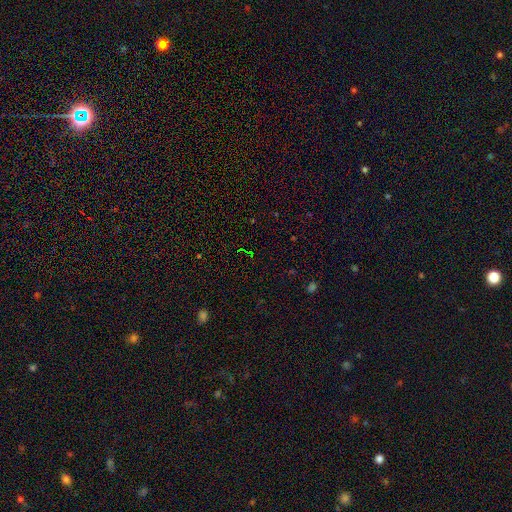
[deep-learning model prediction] smooth-or-featured: star or artifact: 72% | smooth: 19% | featured or disk: 9%